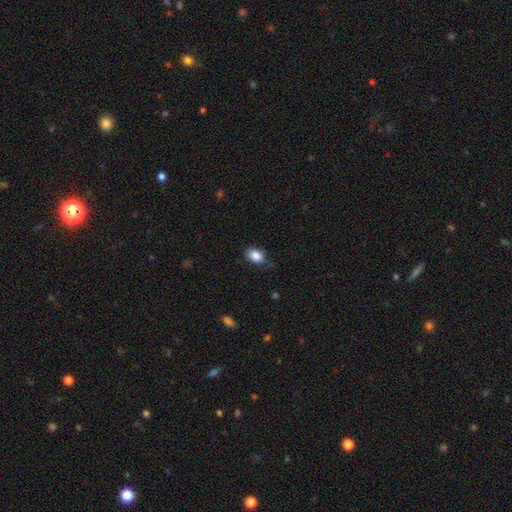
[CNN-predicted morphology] type=smooth (87%); roundness=in between (70%); merging=none (71%).